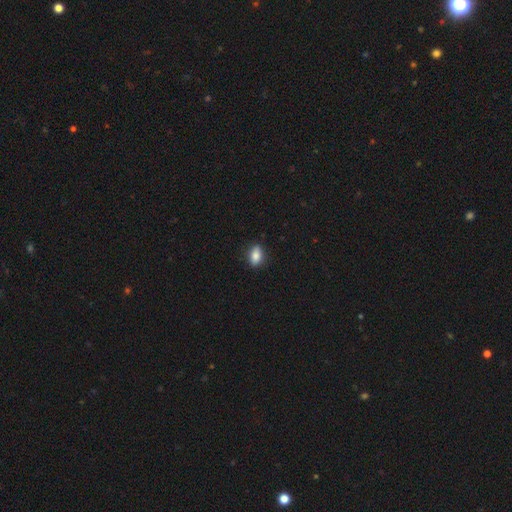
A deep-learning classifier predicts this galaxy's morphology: Smooth or featured? smooth (82%)
How rounded? in between (82%)
Merging? none (85%)